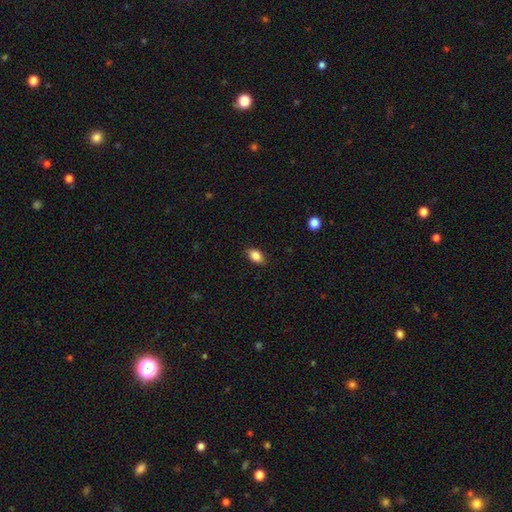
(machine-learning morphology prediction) Q: Smooth or featured?
A: smooth (86%); runner-up: star or artifact (8%)
Q: How rounded?
A: in between (88%); runner-up: round (9%)
Q: Merging?
A: none (87%); runner-up: minor disturbance (10%)